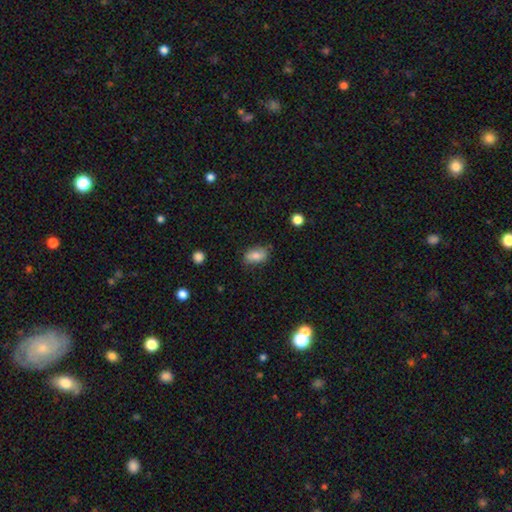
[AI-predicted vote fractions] This appears to be a smooth galaxy with no disk features (81%) that is in between round and cigar-shaped (89%). Merging: none (74%).